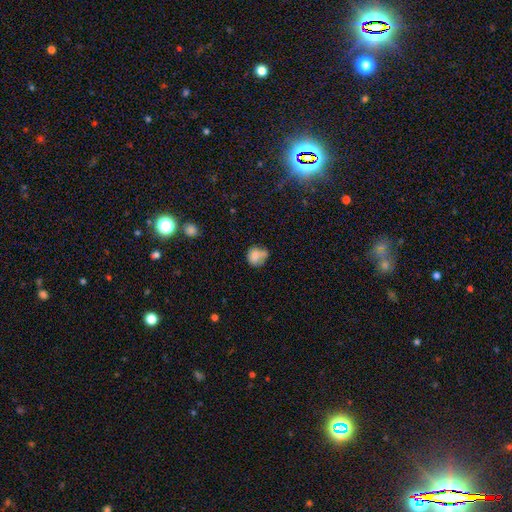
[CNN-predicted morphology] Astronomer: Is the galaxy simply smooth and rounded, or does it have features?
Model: smooth — 76%.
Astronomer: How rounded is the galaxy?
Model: round — 68%.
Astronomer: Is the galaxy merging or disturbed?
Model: none — 40% (runner-up: minor disturbance, 28%).